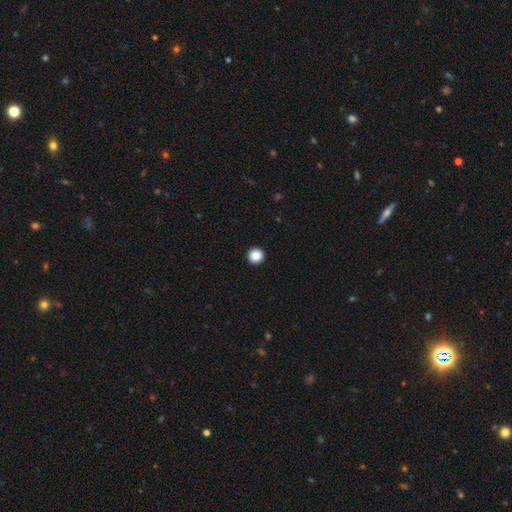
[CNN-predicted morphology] This appears to be a smooth galaxy with no disk features (86%) that is round (96%). Merging: none (94%).